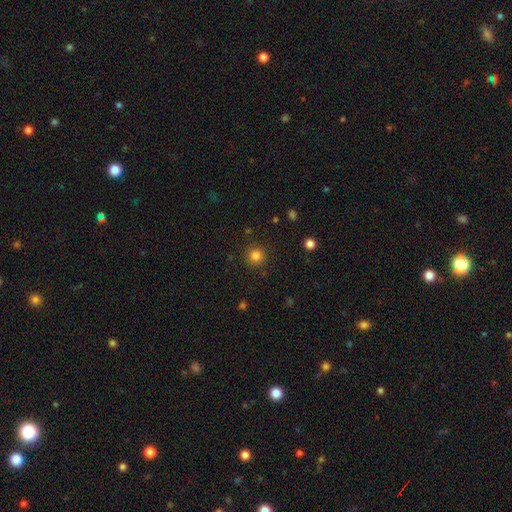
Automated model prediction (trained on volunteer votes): smooth_or_featured: smooth (p=0.82) [alt: star or artifact p=0.13]
how_rounded: round (p=0.95) [alt: in between p=0.05]
merging: none (p=0.90) [alt: minor disturbance p=0.06]